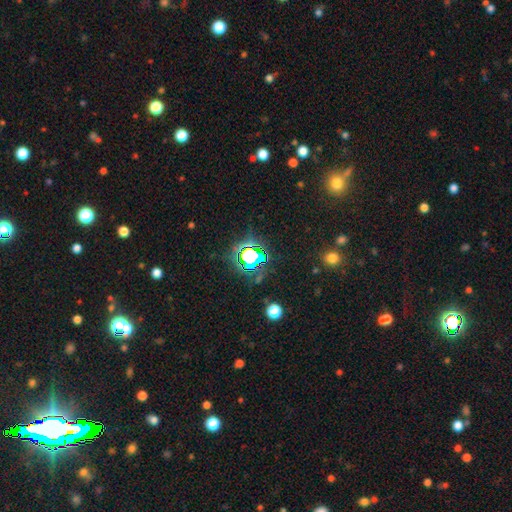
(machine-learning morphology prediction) Overall: star or artifact (77%).